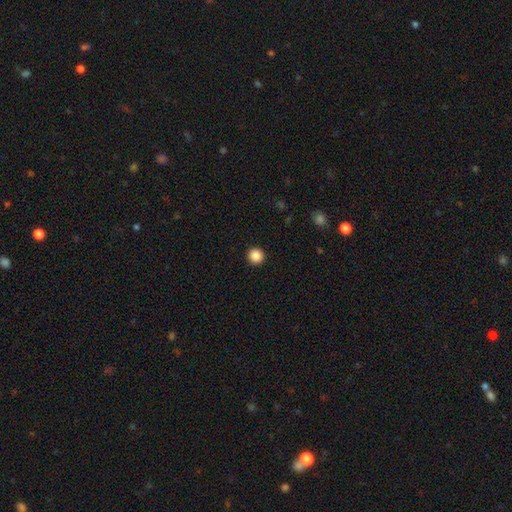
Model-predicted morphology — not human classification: smooth_or_featured: smooth (p=0.87) [alt: star or artifact p=0.10]
how_rounded: round (p=0.95) [alt: in between p=0.04]
merging: none (p=0.94) [alt: minor disturbance p=0.04]